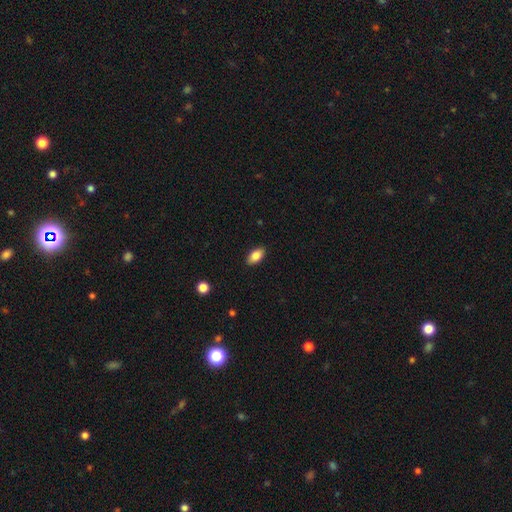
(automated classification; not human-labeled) Q: Smooth or featured?
A: smooth (84%); runner-up: featured or disk (8%)
Q: How rounded?
A: in between (92%); runner-up: cigar-shaped (4%)
Q: Merging?
A: none (89%); runner-up: minor disturbance (8%)